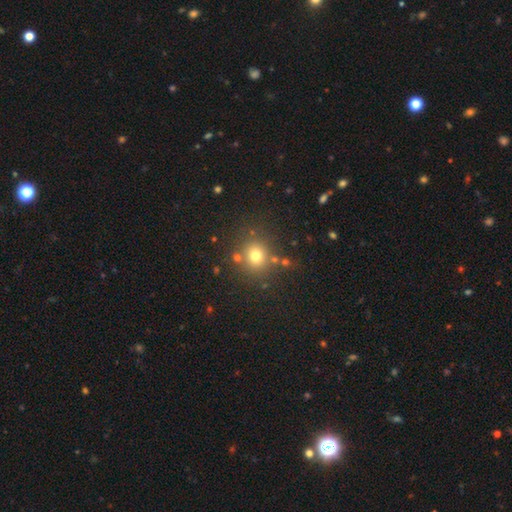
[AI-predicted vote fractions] Smooth or featured? smooth (73%)
How rounded? round (85%)
Merging? none (78%)